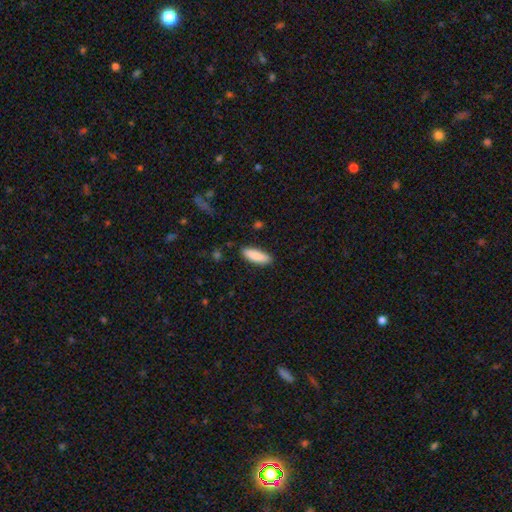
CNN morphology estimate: The model was most divided on "how rounded": in between: 58%, cigar-shaped: 40%, round: 2%. More confident: merging — none (88%); smooth or featured — smooth (85%).